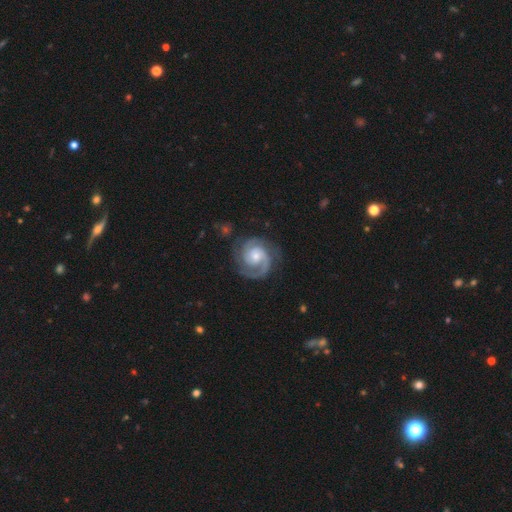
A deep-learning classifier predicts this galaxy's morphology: smooth-or-featured: featured or disk: 91% | smooth: 5% | star or artifact: 4%
  disk-edge-on: no: 98% | yes: 2%
    bar: no: 67% | weak: 28% | strong: 6%
    has-spiral-arms: yes: 98% | no: 2%
      spiral-winding: tight: 56% | medium: 38% | loose: 6%
      spiral-arm-count: 2: 75% | 3: 12% | can't tell: 5% | 1: 5% | 4: 2% | more than 4: 2%
    bulge-size: small: 49% | moderate: 44% | large: 4% | none: 3% | dominant: 1%
  merging: none: 78% | minor disturbance: 15% | major disturbance: 6% | merger: 2%